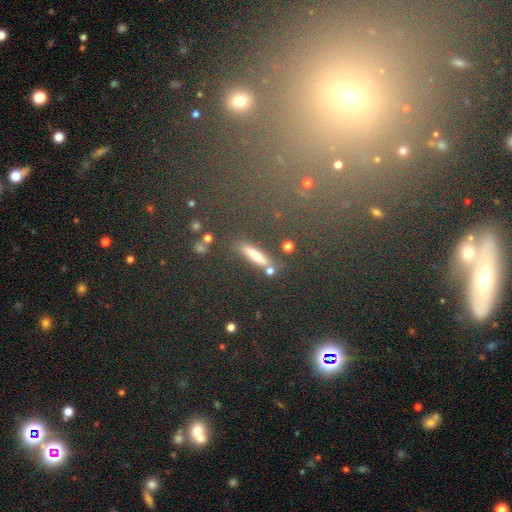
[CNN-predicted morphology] Smooth or featured?
  - smooth: 65% *
  - featured or disk: 19%
  - star or artifact: 17%
How rounded?
  - cigar-shaped: 67% *
  - in between: 24%
  - round: 9%
Merging?
  - none: 75% *
  - minor disturbance: 12%
  - merger: 7%
  - major disturbance: 5%